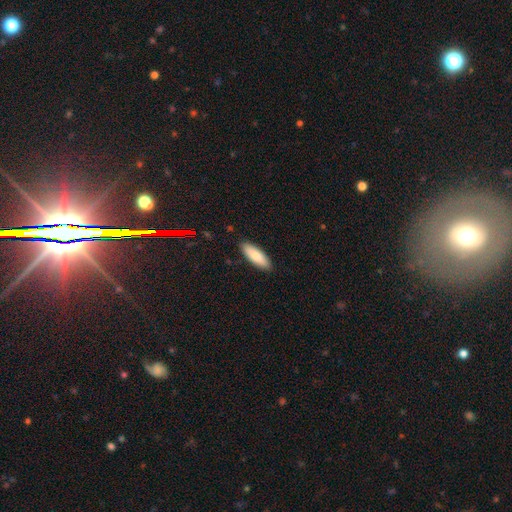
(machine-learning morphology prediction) smooth 82%, featured or disk 13%, star or artifact 6%. Down the decision tree: how rounded — in between (59%); merging — none (89%).